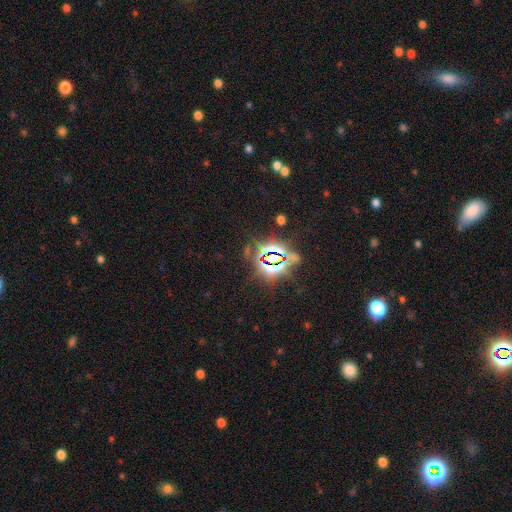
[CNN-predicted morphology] smooth-or-featured: star or artifact: 84% | smooth: 9% | featured or disk: 7%